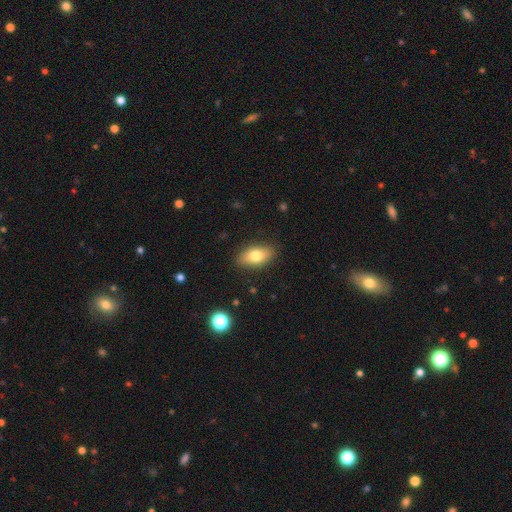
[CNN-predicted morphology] Overall: smooth (76%). How rounded: in between (89%). Merging: none (87%).